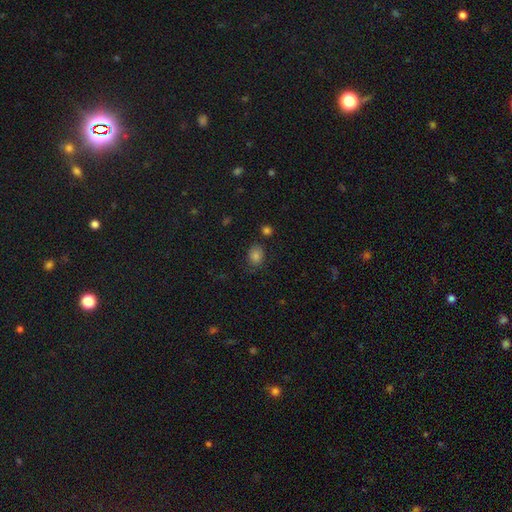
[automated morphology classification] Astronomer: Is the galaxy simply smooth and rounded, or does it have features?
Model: smooth — 79%.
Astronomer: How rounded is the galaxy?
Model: in between — 53% (runner-up: round, 46%).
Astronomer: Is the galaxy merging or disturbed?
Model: none — 75%.